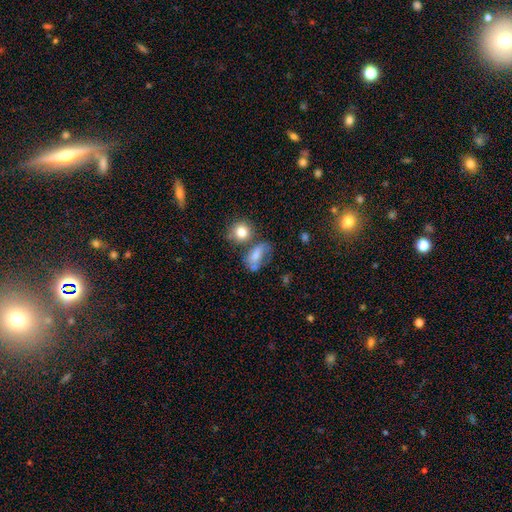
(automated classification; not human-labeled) smooth-or-featured: smooth: 66% | featured or disk: 23% | star or artifact: 11%
  how-rounded: in between: 76% | round: 19% | cigar-shaped: 5%
  merging: none: 34% | merger: 24% | minor disturbance: 23% | major disturbance: 19%